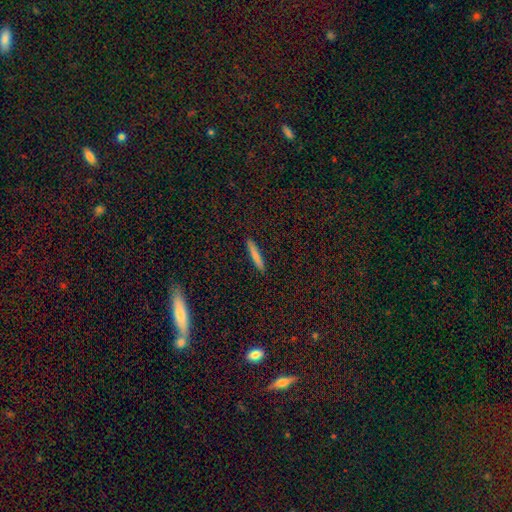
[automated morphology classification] Q: Smooth or featured?
A: smooth (77%); runner-up: featured or disk (14%)
Q: How rounded?
A: cigar-shaped (93%); runner-up: in between (5%)
Q: Merging?
A: none (91%); runner-up: minor disturbance (6%)